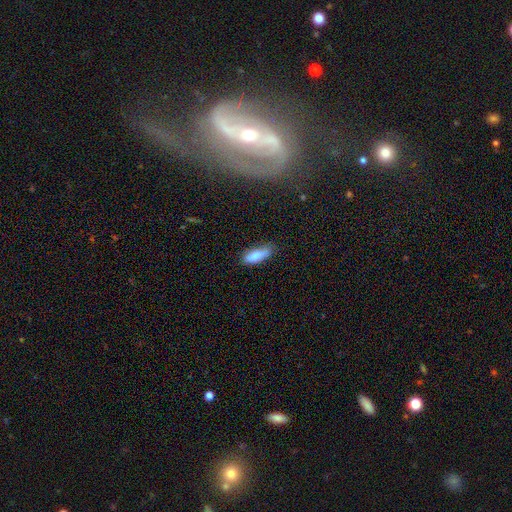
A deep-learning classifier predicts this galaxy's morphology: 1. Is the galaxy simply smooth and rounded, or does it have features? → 82% smooth, 11% featured or disk, 7% star or artifact.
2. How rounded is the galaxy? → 67% in between, 31% cigar-shaped, 2% round.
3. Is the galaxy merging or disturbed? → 70% none, 24% minor disturbance, 5% major disturbance, 2% merger.